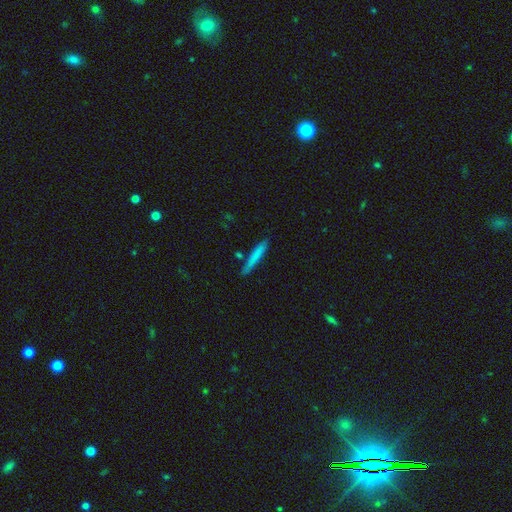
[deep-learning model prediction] Q: Smooth or featured?
A: smooth (74%); runner-up: featured or disk (20%)
Q: How rounded?
A: cigar-shaped (95%); runner-up: in between (4%)
Q: Merging?
A: none (83%); runner-up: minor disturbance (11%)